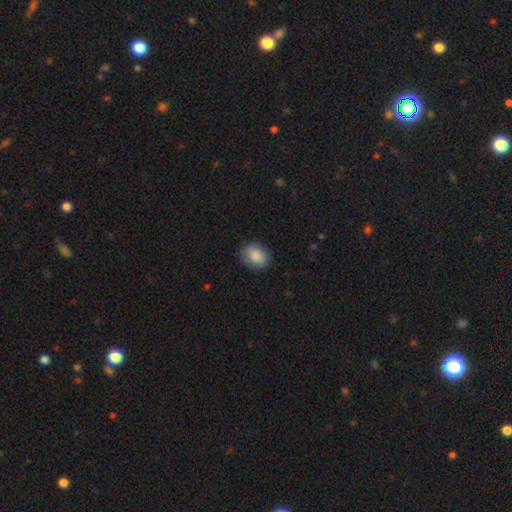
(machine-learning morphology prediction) This is clearly a smooth galaxy (88%). How rounded: possibly in between (56%). Merging: clearly none (85%).